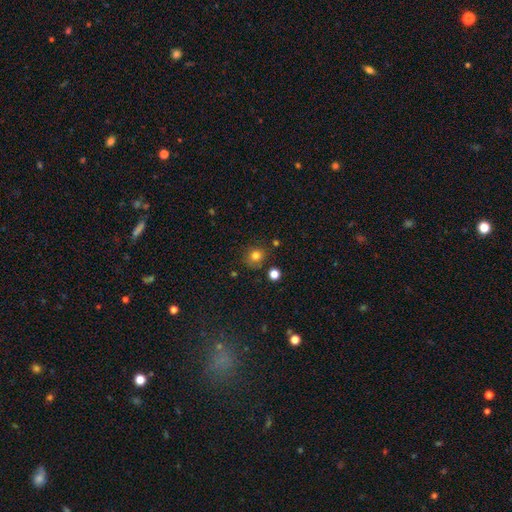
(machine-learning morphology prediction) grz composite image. It shows a smooth galaxy with no disk features (79%) that is round (79%). Merging: none (74%).